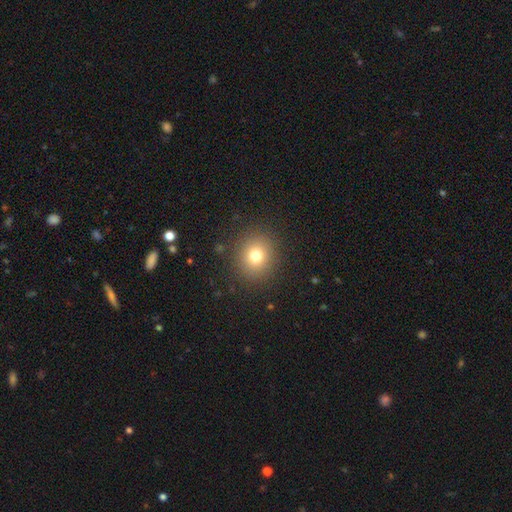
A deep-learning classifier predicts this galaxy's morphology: type=smooth (76%); roundness=round (81%); merging=none (88%).